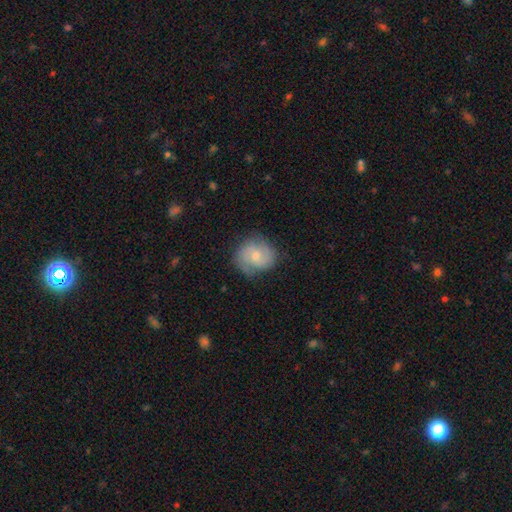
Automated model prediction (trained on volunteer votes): The model was most divided on "smooth or featured": featured or disk: 52%, smooth: 41%, star or artifact: 7%. More confident: edge-on disk — no (98%); spiral arms — yes (87%); merging — none (72%); bar — no (68%); bulge size — small (53%).